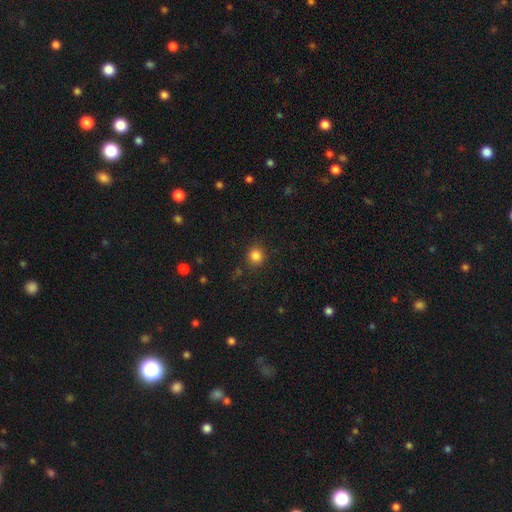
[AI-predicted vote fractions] Overall: smooth (84%). How rounded: round (85%). Merging: none (87%).